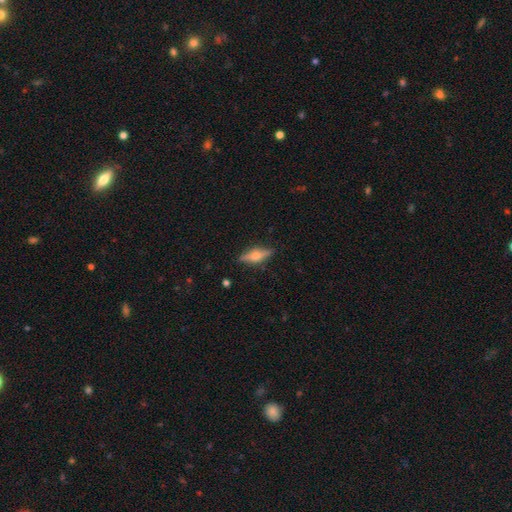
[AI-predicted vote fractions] Smooth or featured? featured or disk (57%)
Edge-on disk? yes (94%)
Edge-on bulge? rounded (87%)
Merging? none (84%)